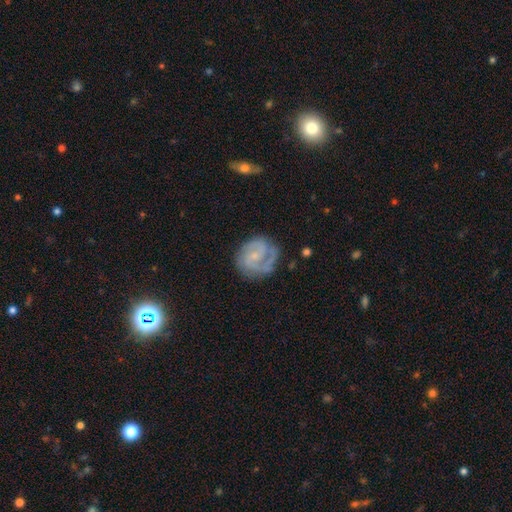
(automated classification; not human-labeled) Smooth or featured? featured or disk (81%)
Edge-on disk? no (98%)
Bar? no (52%)
Spiral arms? yes (95%)
Spiral winding? medium (44%)
Spiral arm count? 2 (65%)
Bulge size? small (69%)
Merging? none (69%)